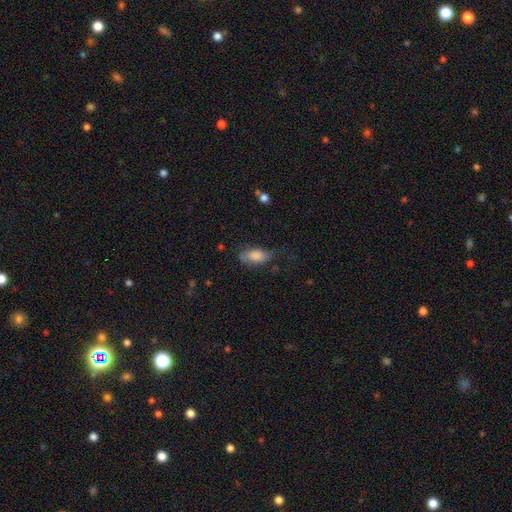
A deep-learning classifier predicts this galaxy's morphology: Overall: smooth (76%). How rounded: in between (89%). Merging: none (49%; minor disturbance 31%).